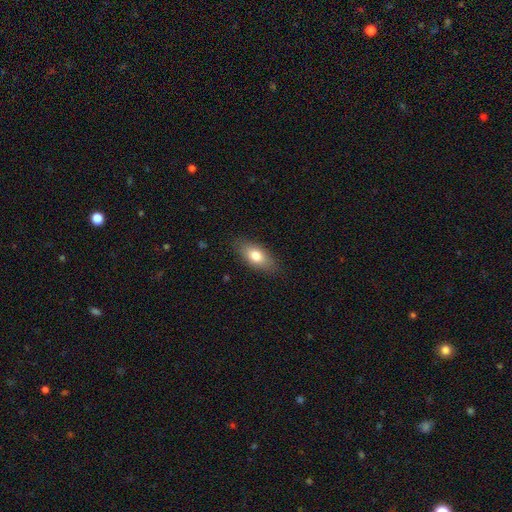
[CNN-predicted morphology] Smooth or featured? Predicted: smooth (p=0.78). How rounded? Predicted: in between (p=0.85). Merging? Predicted: none (p=0.84).